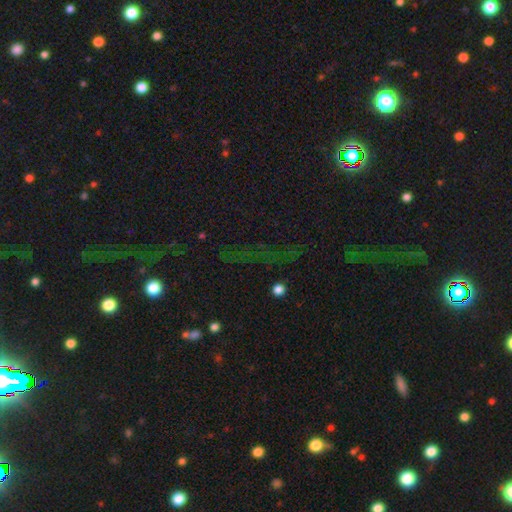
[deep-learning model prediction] A star or artifact, not a galaxy (79%).